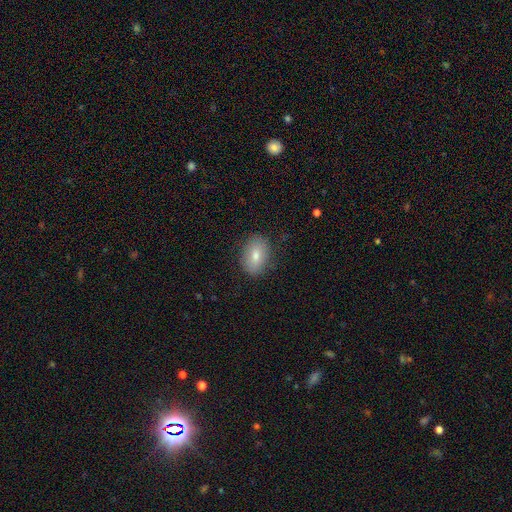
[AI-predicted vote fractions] The model was most divided on "smooth or featured": smooth: 78%, featured or disk: 15%, star or artifact: 8%. More confident: merging — none (84%); how rounded — in between (82%).